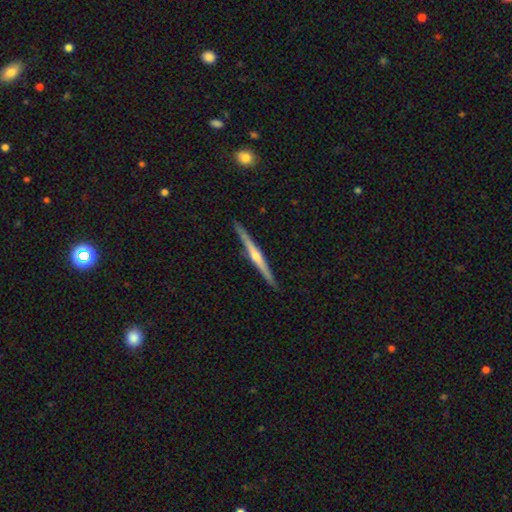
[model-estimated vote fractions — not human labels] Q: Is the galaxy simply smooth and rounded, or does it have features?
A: featured or disk — 77%.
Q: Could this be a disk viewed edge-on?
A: yes — 98%.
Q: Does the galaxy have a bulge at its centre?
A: rounded — 83%.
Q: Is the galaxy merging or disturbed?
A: none — 91%.